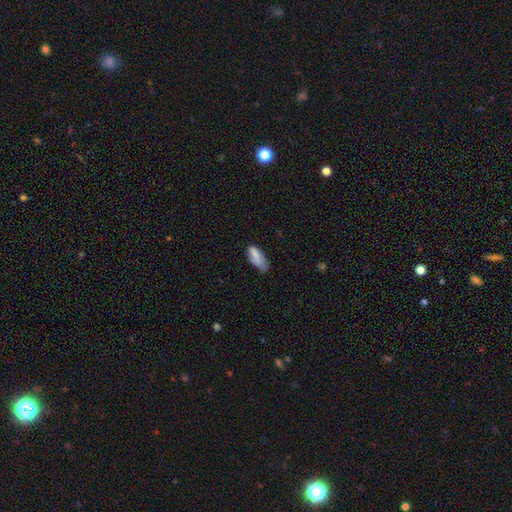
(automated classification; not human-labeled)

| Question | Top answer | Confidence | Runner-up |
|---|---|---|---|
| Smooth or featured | smooth | 81% | featured or disk (12%) |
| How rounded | in between | 76% | cigar-shaped (22%) |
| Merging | none | 44% | minor disturbance (39%) |